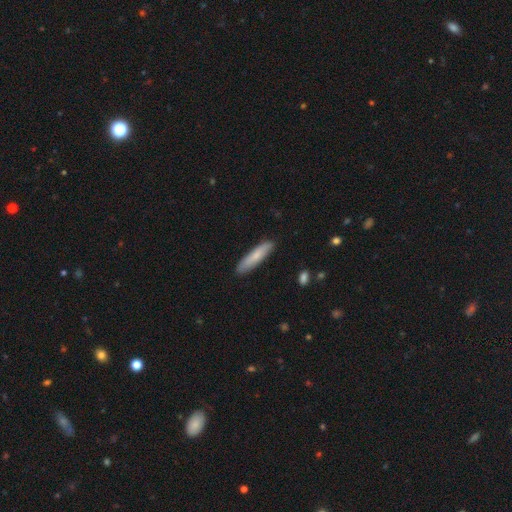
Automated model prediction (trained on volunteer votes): Smooth or featured?
  - smooth: 75% *
  - featured or disk: 20%
  - star or artifact: 5%
How rounded?
  - cigar-shaped: 82% *
  - in between: 16%
  - round: 1%
Merging?
  - none: 88% *
  - minor disturbance: 9%
  - major disturbance: 2%
  - merger: 1%